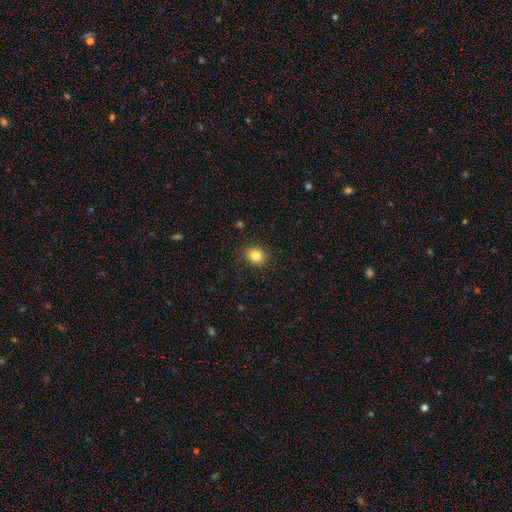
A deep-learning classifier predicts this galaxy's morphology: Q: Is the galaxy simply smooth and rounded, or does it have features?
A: smooth — 83%.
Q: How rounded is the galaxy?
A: round — 72%.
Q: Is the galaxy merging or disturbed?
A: none — 89%.